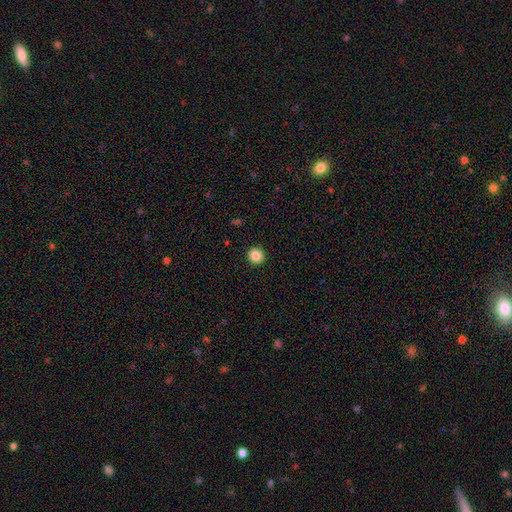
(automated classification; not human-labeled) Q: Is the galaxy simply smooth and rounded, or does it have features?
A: smooth — 86%.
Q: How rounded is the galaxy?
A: round — 92%.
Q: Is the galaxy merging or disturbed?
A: none — 92%.